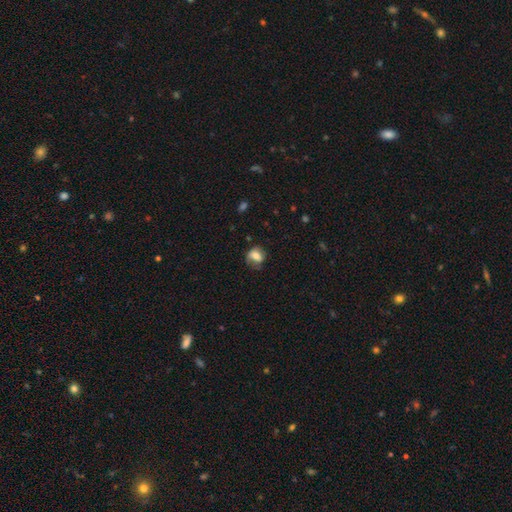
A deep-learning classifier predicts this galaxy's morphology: Overall: smooth (70%). How rounded: round (54%; in between 45%). Merging: none (54%; minor disturbance 29%).